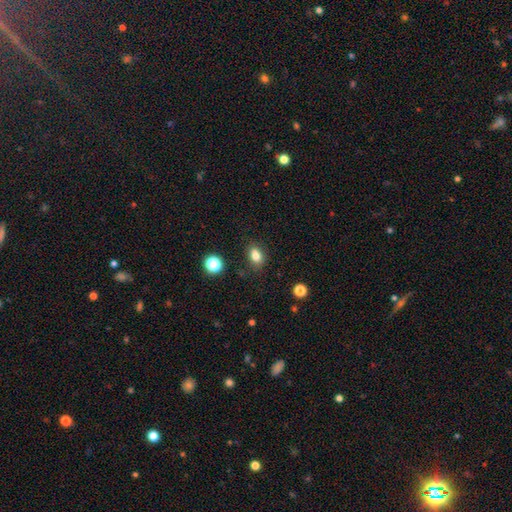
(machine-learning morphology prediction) Smooth or featured? smooth (81%)
How rounded? in between (72%)
Merging? none (77%)